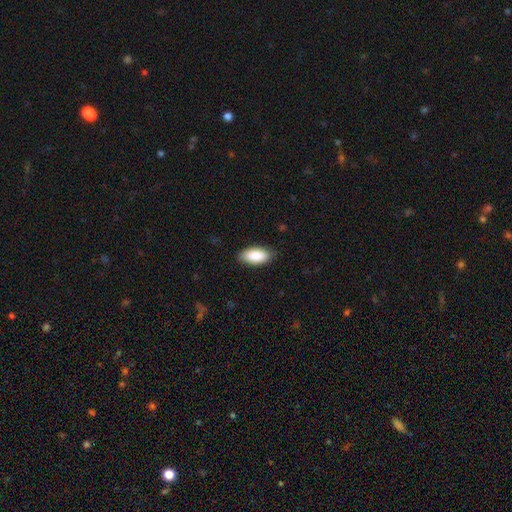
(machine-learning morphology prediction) Smooth or featured? Predicted: smooth (p=0.89). How rounded? Predicted: in between (p=0.92). Merging? Predicted: none (p=0.85).